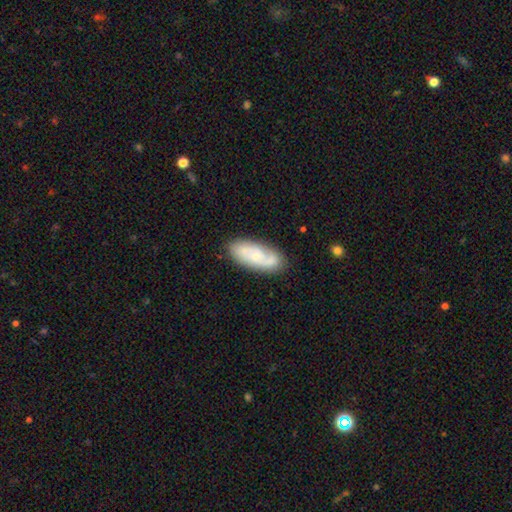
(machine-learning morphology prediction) Smooth or featured? featured or disk (50%)
Merging? none (72%)